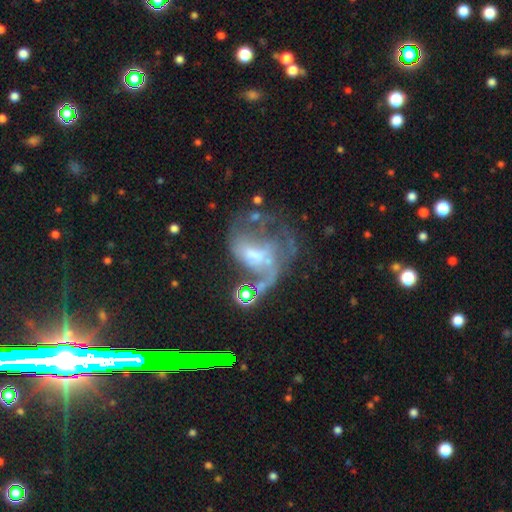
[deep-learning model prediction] Q: Smooth or featured?
A: featured or disk (66%); runner-up: smooth (19%)
Q: Edge-on disk?
A: no (97%); runner-up: yes (3%)
Q: Bar?
A: no (57%); runner-up: weak (33%)
Q: Spiral arms?
A: yes (52%); runner-up: no (48%)
Q: Bulge size?
A: moderate (32%); runner-up: small (30%)
Q: Merging?
A: major disturbance (44%); runner-up: none (25%)